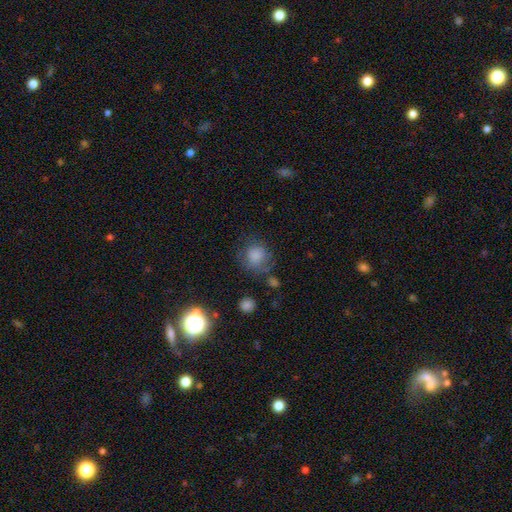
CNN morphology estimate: smooth_or_featured: smooth (p=0.78) [alt: featured or disk p=0.12]
how_rounded: round (p=0.85) [alt: in between p=0.14]
merging: none (p=0.60) [alt: minor disturbance p=0.22]